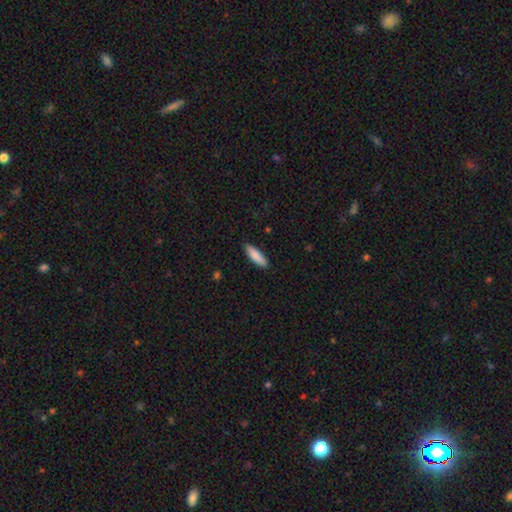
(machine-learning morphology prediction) type=smooth (87%); roundness=cigar-shaped (57%); merging=none (89%).